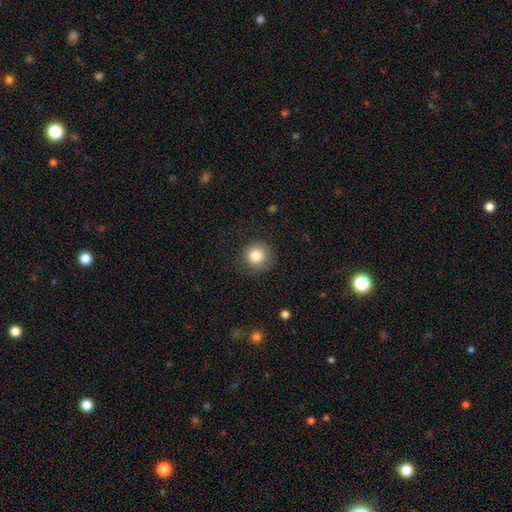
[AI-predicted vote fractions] Overall: smooth (82%). How rounded: round (93%). Merging: none (77%).